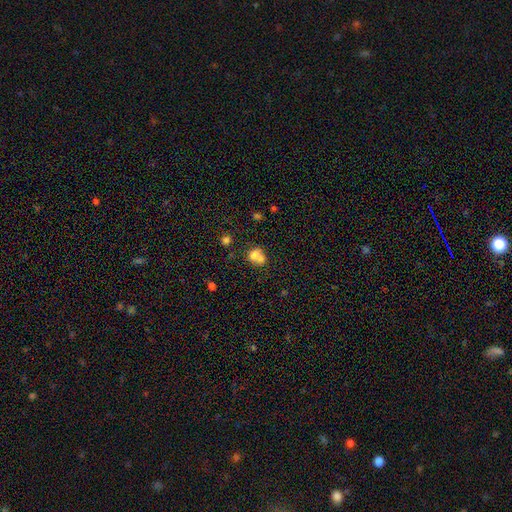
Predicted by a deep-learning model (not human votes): Morphology: type=smooth (70%); roundness=round (65%); merging=merger (59%).